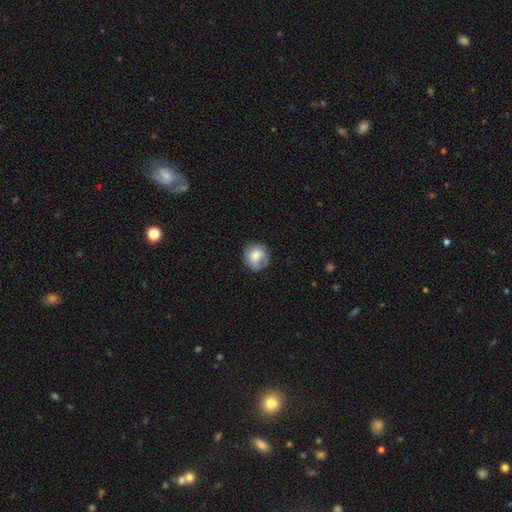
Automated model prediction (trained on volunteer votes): Smooth or featured? smooth (74%)
How rounded? round (82%)
Merging? none (68%)